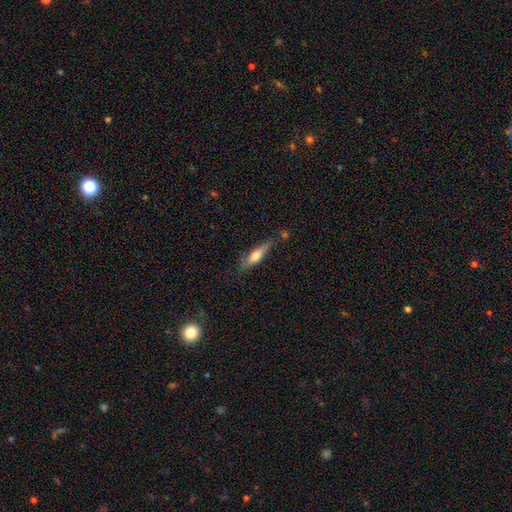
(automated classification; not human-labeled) A smooth galaxy with no disk features (61%) that is cigar-shaped (67%). Merging: none (68%).